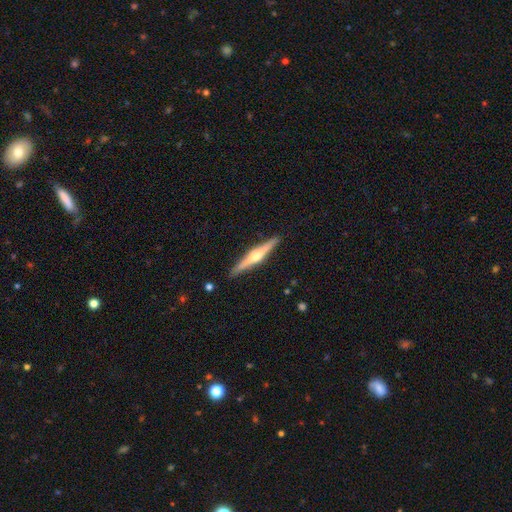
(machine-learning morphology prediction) smooth-or-featured: featured or disk: 76% | smooth: 19% | star or artifact: 5%
  disk-edge-on: yes: 98% | no: 2%
    edge-on-bulge: rounded: 94% | boxy: 3% | none: 3%
  merging: none: 91% | minor disturbance: 7% | major disturbance: 1% | merger: 1%